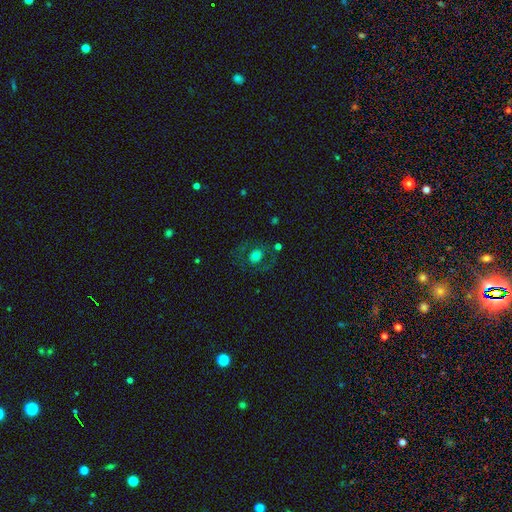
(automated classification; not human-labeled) The model was most divided on "how rounded": round: 56%, in between: 43%, cigar-shaped: 1%. More confident: merging — none (70%); smooth or featured — smooth (51%).